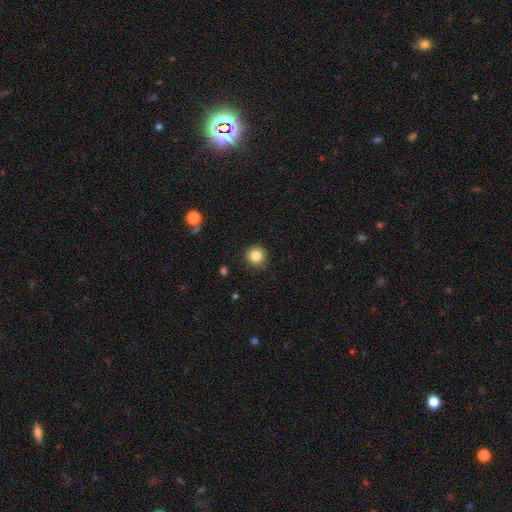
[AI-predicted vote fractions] A smooth galaxy with no disk features (85%) that is round (94%). Merging: none (88%).